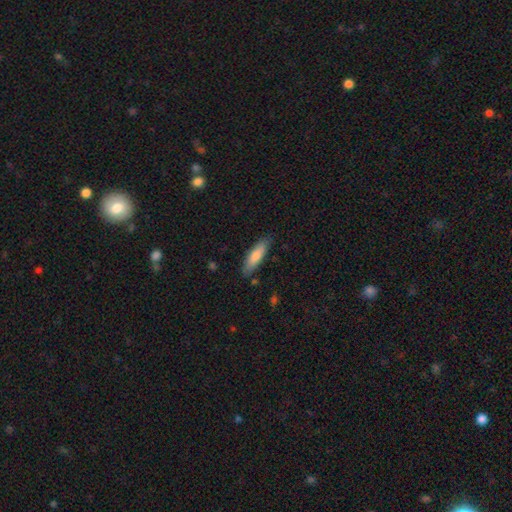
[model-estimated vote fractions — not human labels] smooth 77%, featured or disk 17%, star or artifact 6%. Down the decision tree: how rounded — cigar-shaped (63%); merging — none (83%).